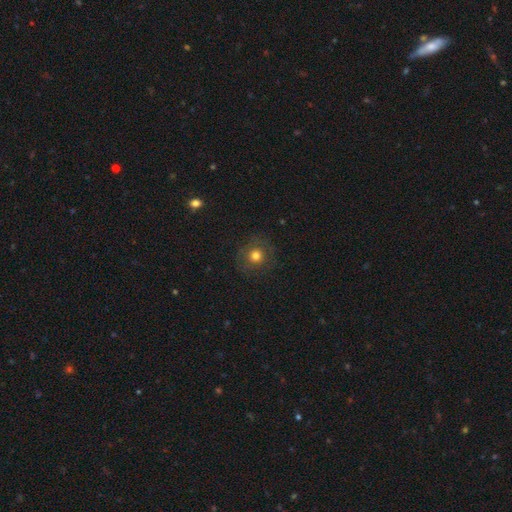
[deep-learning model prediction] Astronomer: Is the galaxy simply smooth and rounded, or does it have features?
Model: smooth — 71%.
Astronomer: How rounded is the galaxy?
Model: round — 93%.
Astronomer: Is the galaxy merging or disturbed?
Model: none — 84%.